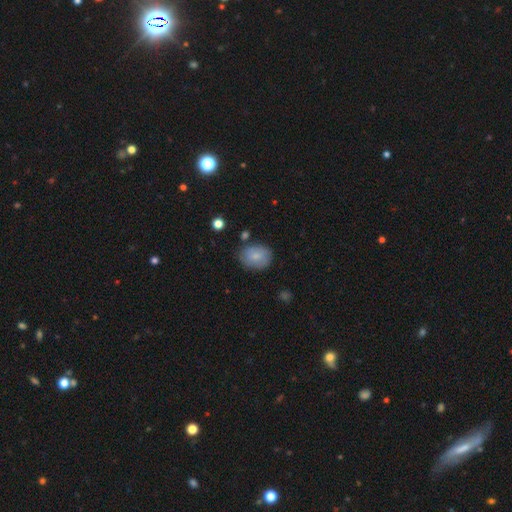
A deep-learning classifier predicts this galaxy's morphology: smooth 80%, featured or disk 13%, star or artifact 7%. Down the decision tree: how rounded — in between (66%); merging — none (74%).